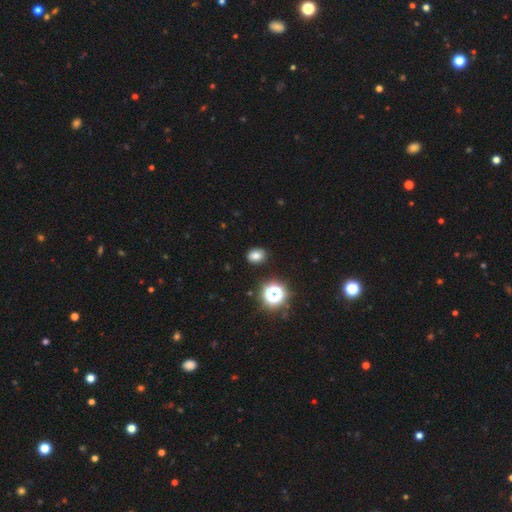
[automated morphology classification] Q: Smooth or featured?
A: smooth (77%); runner-up: star or artifact (17%)
Q: How rounded?
A: in between (56%); runner-up: round (43%)
Q: Merging?
A: none (88%); runner-up: minor disturbance (8%)